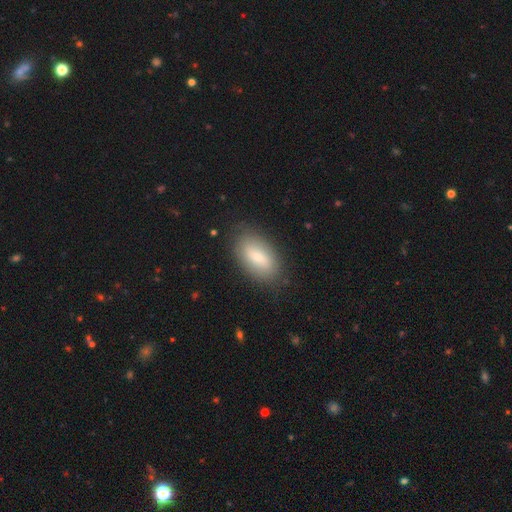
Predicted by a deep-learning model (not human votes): Smooth or featured? Predicted: smooth (p=0.71). How rounded? Predicted: in between (p=0.92). Merging? Predicted: none (p=0.84).